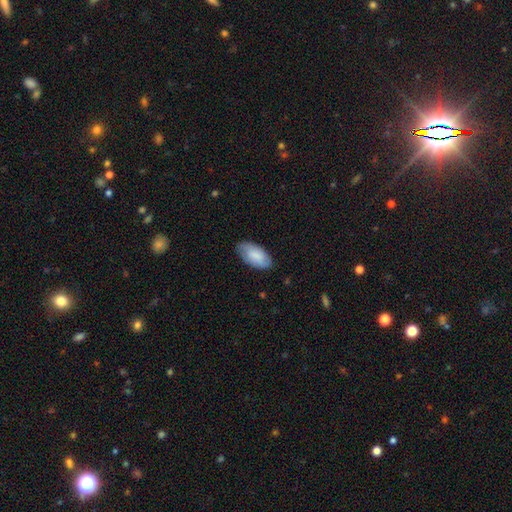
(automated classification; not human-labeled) A smooth galaxy with no disk features (78%) that is in between round and cigar-shaped (95%).

Vote fractions:
- Smooth or featured? smooth: 78% / featured or disk: 16% / star or artifact: 6%
- How rounded? in between: 95% / cigar-shaped: 3% / round: 2%
- Merging? none: 80% / minor disturbance: 16% / major disturbance: 3% / merger: 1%